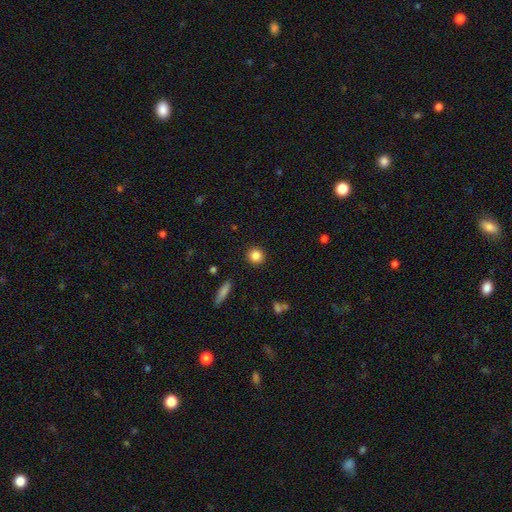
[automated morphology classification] Overall: smooth (85%). How rounded: round (90%). Merging: none (91%).